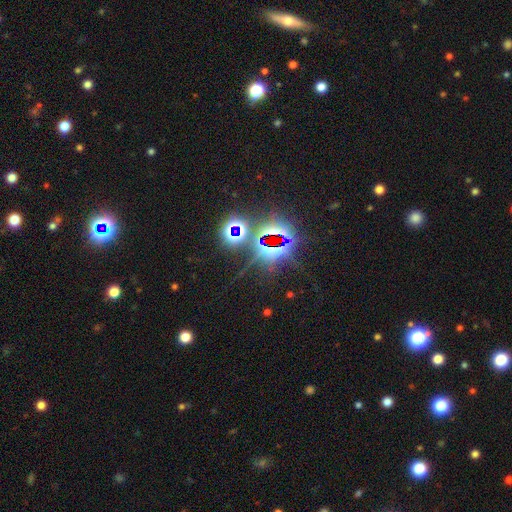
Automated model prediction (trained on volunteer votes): Morphology: type=star or artifact (83%).